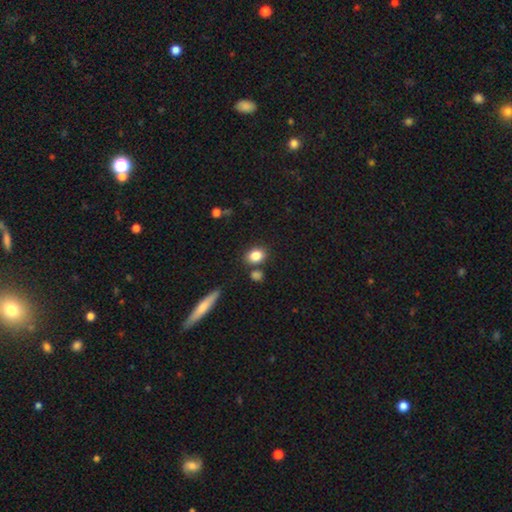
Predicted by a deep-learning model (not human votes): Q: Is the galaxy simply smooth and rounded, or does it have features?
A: smooth — 84%.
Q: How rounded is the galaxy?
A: in between — 55%.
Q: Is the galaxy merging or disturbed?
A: none — 76%.